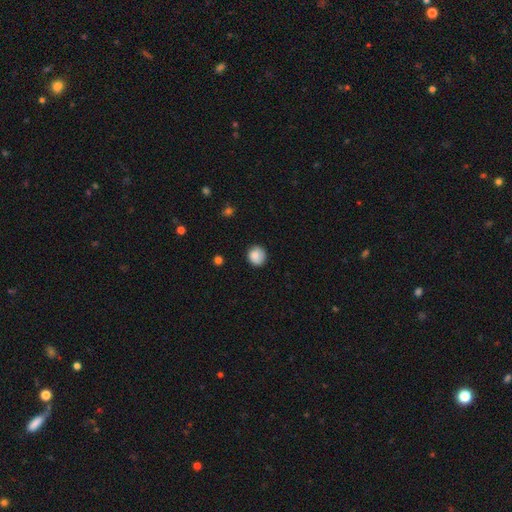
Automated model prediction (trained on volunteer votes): The model was most divided on "merging": none: 79%, minor disturbance: 16%, major disturbance: 4%, merger: 1%. More confident: how rounded — round (85%); smooth or featured — smooth (84%).